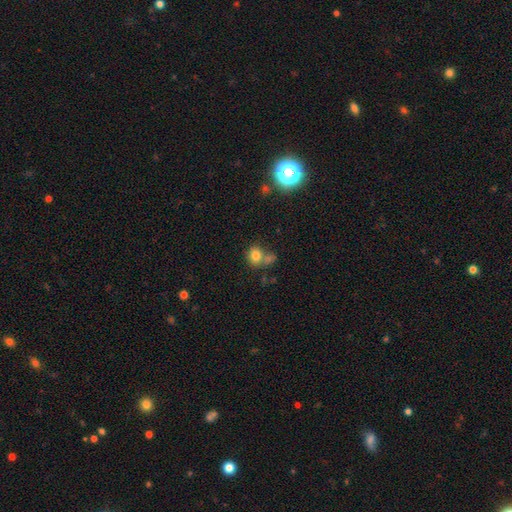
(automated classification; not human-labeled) A smooth galaxy with no disk features (78%) that is round (66%). Merging: none (52%).